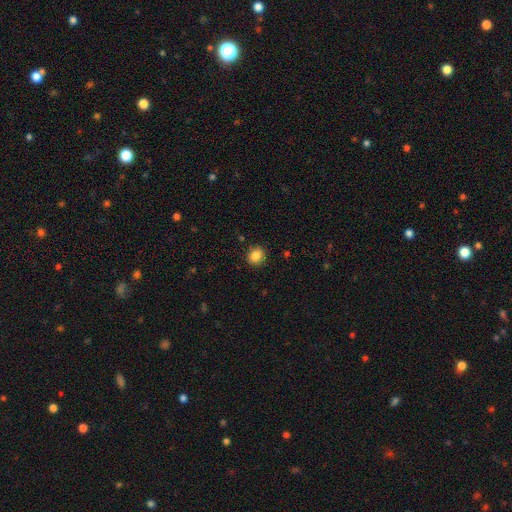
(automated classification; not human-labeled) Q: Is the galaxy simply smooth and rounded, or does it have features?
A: smooth — 86%.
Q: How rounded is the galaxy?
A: round — 68%.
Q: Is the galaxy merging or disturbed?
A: none — 86%.